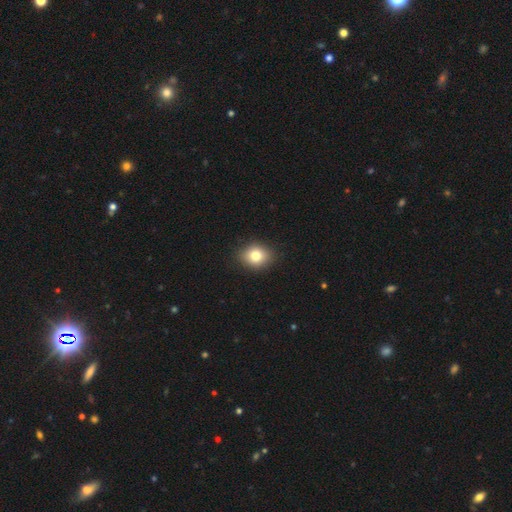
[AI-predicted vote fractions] smooth-or-featured: smooth: 81% | star or artifact: 10% | featured or disk: 9%
  how-rounded: round: 54% | in between: 45% | cigar-shaped: 1%
  merging: none: 88% | minor disturbance: 9% | major disturbance: 2% | merger: 1%